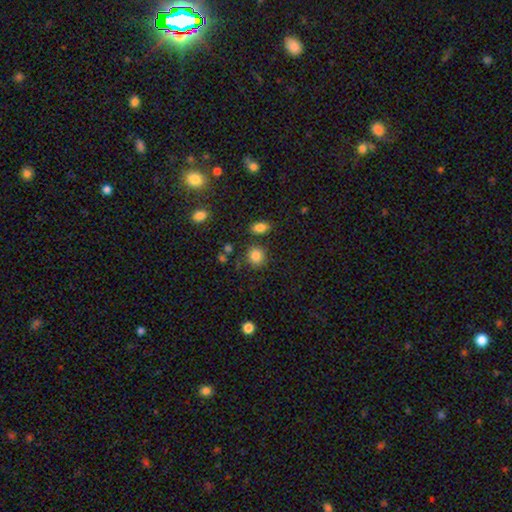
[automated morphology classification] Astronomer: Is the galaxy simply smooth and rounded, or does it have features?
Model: smooth — 84%.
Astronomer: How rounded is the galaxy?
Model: round — 84%.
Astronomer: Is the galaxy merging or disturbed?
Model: none — 81%.